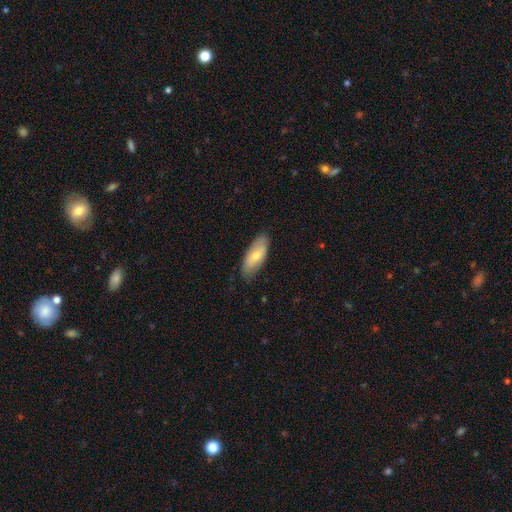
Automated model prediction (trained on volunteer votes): Smooth or featured: smooth — 66% (featured or disk — 29%)
How rounded: in between — 84% (cigar-shaped — 14%)
Merging: none — 80% (minor disturbance — 16%)